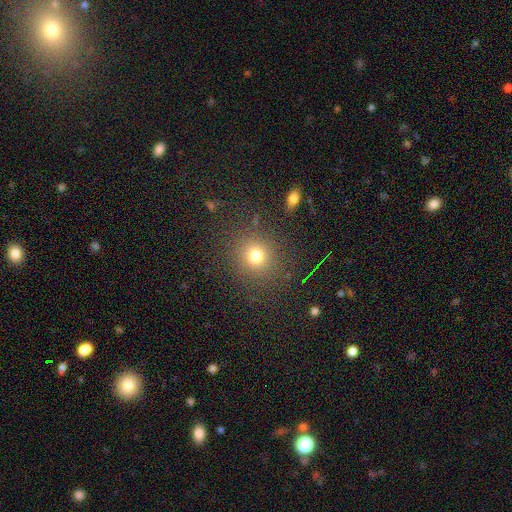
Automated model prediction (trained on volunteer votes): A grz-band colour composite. It shows a smooth galaxy with no disk features (74%) that is round (86%). Merging: none (85%).